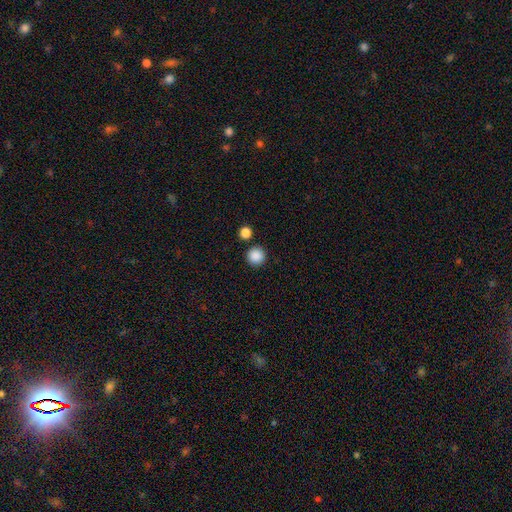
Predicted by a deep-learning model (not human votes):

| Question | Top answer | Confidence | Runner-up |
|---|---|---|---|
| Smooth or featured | smooth | 87% | star or artifact (10%) |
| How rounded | round | 96% | in between (3%) |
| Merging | none | 88% | minor disturbance (6%) |